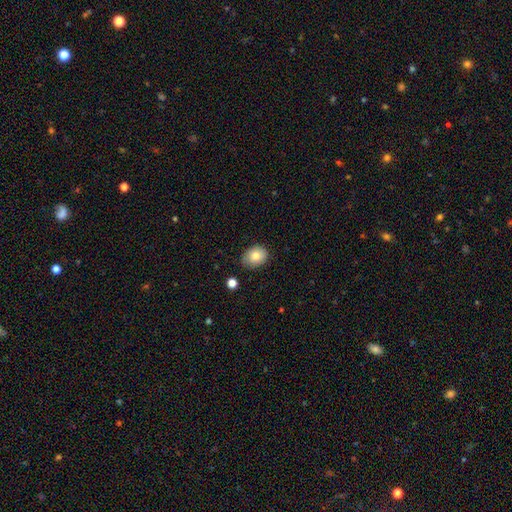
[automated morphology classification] smooth 81%, featured or disk 10%, star or artifact 9%. Down the decision tree: how rounded — in between (59%); merging — none (79%).